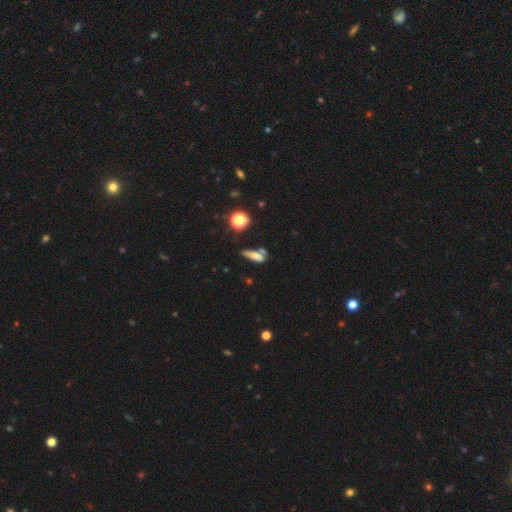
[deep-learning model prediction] Smooth or featured?
  - smooth: 61% *
  - featured or disk: 22%
  - star or artifact: 16%
How rounded?
  - in between: 51% *
  - cigar-shaped: 40%
  - round: 9%
Merging?
  - none: 40% *
  - merger: 24%
  - minor disturbance: 21%
  - major disturbance: 14%